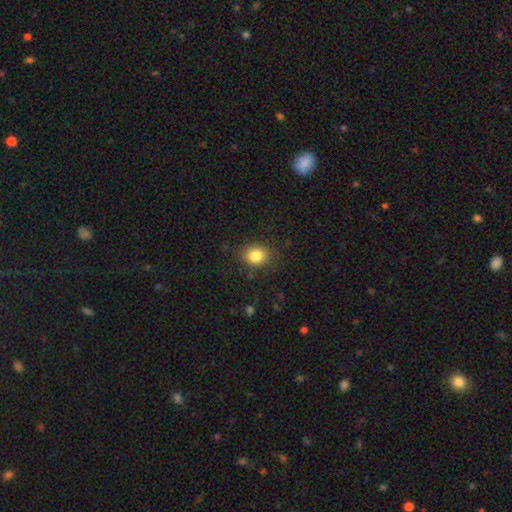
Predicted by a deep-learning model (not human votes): smooth 83%, star or artifact 10%, featured or disk 6%. Down the decision tree: how rounded — round (62%); merging — none (84%).